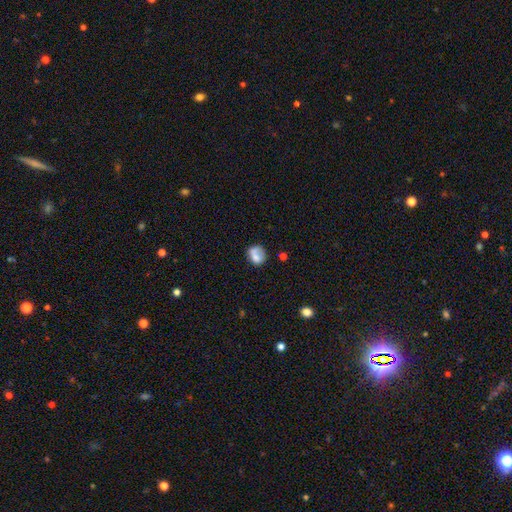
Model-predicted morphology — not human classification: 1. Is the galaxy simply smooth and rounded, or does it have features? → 68% smooth, 22% featured or disk, 10% star or artifact.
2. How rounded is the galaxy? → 63% round, 36% in between, 1% cigar-shaped.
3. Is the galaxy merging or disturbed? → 41% none, 27% merger, 19% minor disturbance, 13% major disturbance.